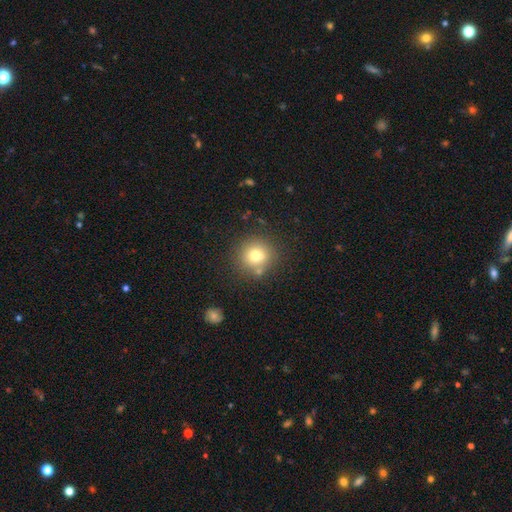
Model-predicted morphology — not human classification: Overall: smooth (75%). How rounded: round (91%). Merging: none (78%).